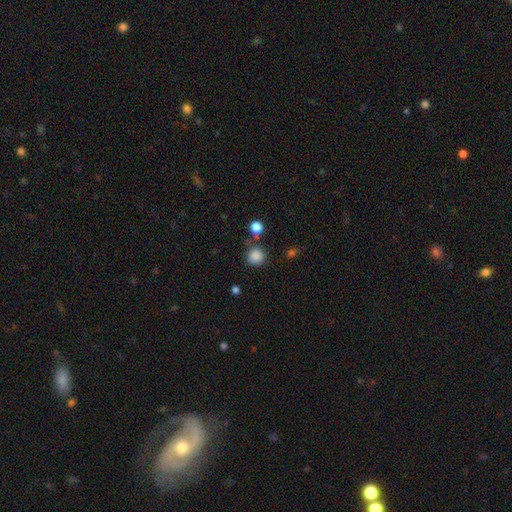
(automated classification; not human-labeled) This appears to be a smooth galaxy with no disk features (86%) that is round (92%). Merging: none (77%).